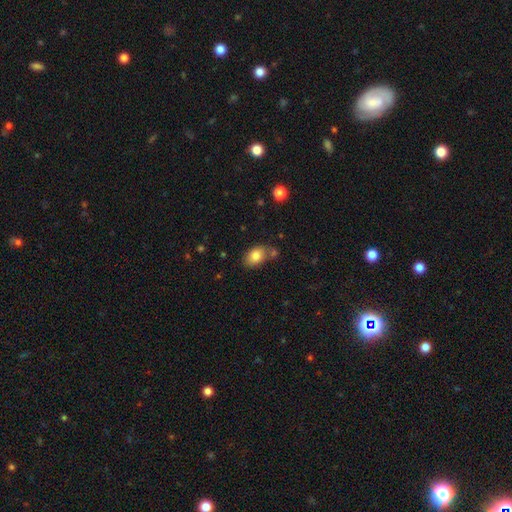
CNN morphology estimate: smooth_or_featured: smooth (p=0.82) [alt: featured or disk p=0.09]
how_rounded: in between (p=0.85) [alt: round p=0.14]
merging: none (p=0.67) [alt: minor disturbance p=0.16]